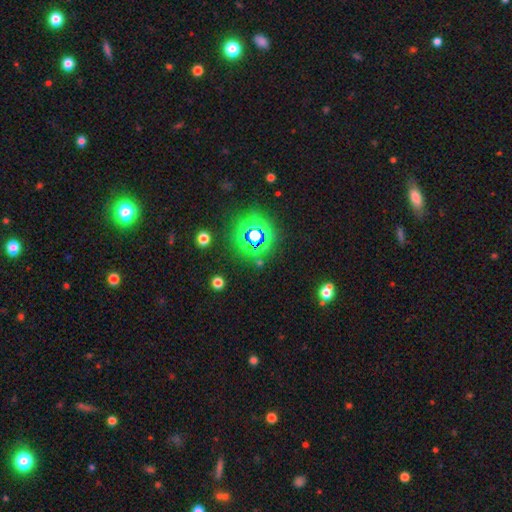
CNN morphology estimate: Smooth or featured? star or artifact (72%)